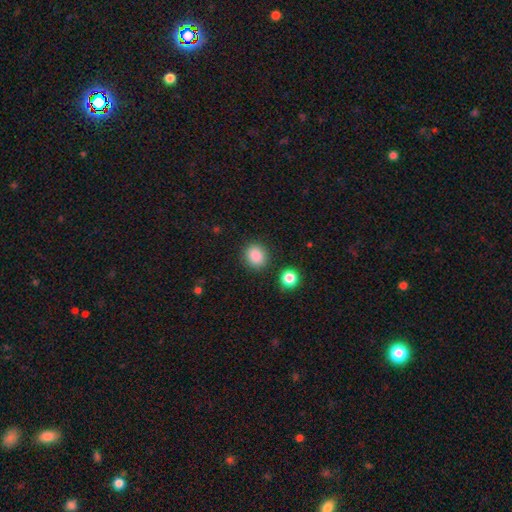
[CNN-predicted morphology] smooth_or_featured: smooth (p=0.87) [alt: star or artifact p=0.10]
how_rounded: round (p=0.75) [alt: in between p=0.24]
merging: none (p=0.86) [alt: minor disturbance p=0.08]